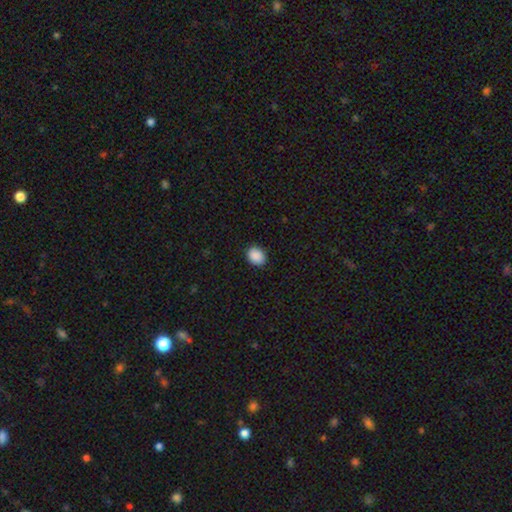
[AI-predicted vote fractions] This appears to be a smooth galaxy with no disk features (90%) that is in between round and cigar-shaped (57%). Merging: none (89%).